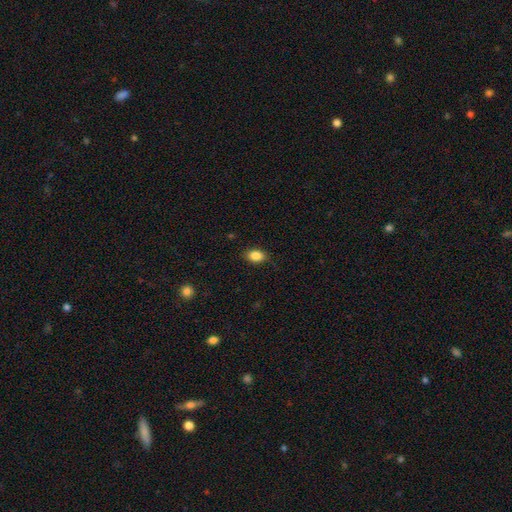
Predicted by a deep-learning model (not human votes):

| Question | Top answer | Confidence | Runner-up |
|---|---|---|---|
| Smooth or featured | smooth | 86% | star or artifact (9%) |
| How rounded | in between | 80% | round (19%) |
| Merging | none | 82% | minor disturbance (14%) |